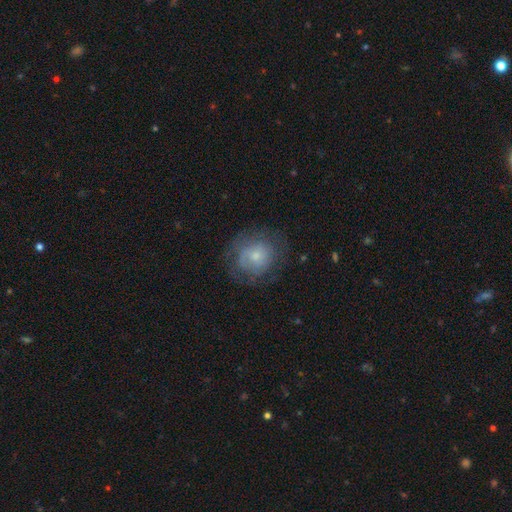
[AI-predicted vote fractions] A smooth galaxy with no disk features (55%) that is round (83%). Merging: none (67%).